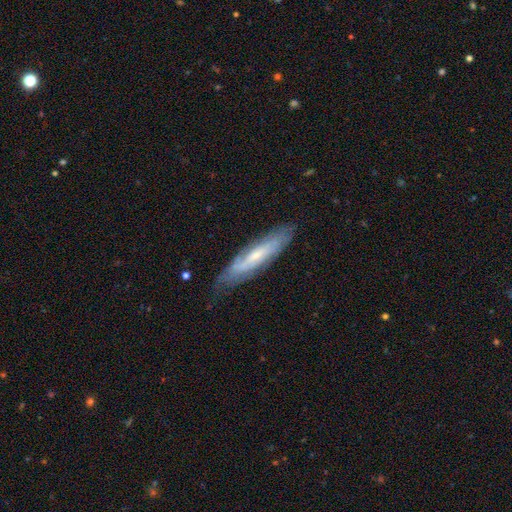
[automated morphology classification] featured or disk 60%, smooth 34%, star or artifact 7%. Down the decision tree: edge-on disk — no (50%, tied with yes); merging — none (71%).